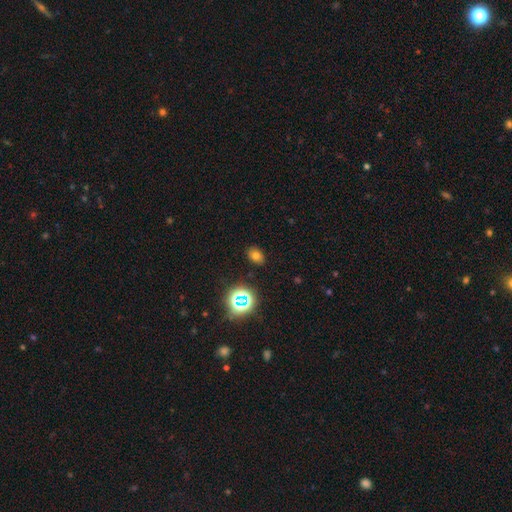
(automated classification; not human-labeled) Smooth or featured: smooth — 69% (star or artifact — 21%)
How rounded: in between — 72% (round — 27%)
Merging: none — 86% (minor disturbance — 10%)